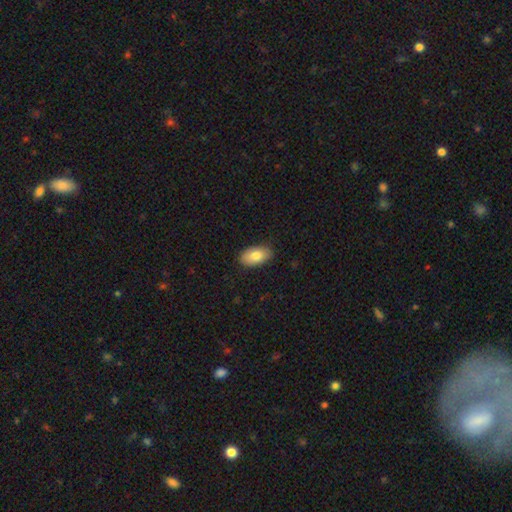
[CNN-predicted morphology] The model was most divided on "smooth or featured": smooth: 81%, featured or disk: 13%, star or artifact: 6%. More confident: how rounded — in between (94%); merging — none (87%).